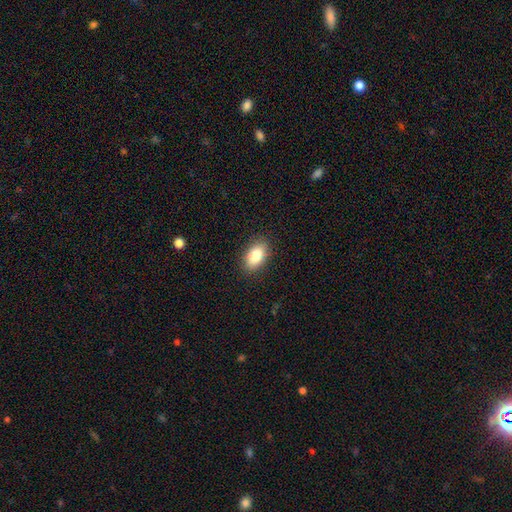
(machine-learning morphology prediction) This is clearly a smooth galaxy (86%). How rounded: clearly in between (91%). Merging: clearly none (87%).